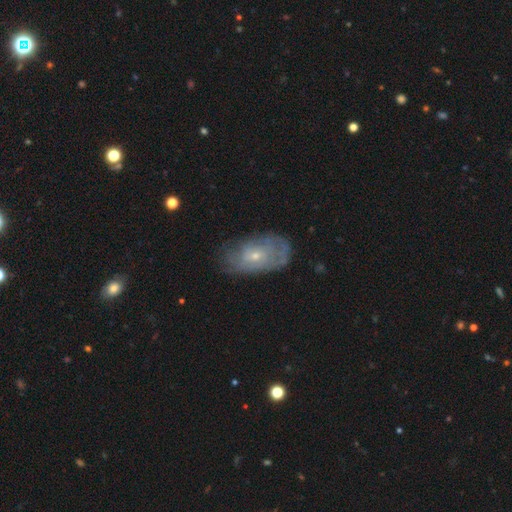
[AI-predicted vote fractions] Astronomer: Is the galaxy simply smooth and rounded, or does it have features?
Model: featured or disk — 61%.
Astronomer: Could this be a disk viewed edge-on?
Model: no — 93%.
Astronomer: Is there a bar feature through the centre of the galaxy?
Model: no — 75%.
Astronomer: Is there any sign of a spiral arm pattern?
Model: yes — 64%.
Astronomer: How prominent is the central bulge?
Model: small — 69%.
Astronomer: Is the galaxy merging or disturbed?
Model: none — 60%.